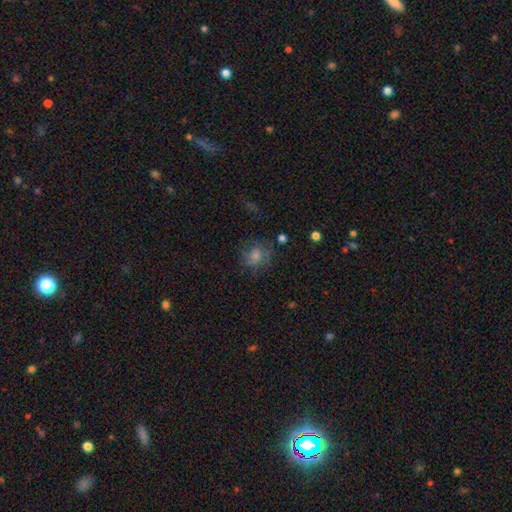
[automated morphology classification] Overall: smooth (41%; featured or disk 36%). Merging: none (71%).